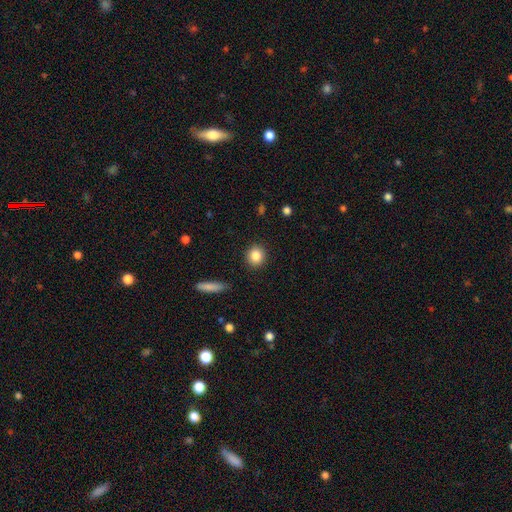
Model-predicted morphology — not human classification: type=smooth (86%); roundness=round (81%); merging=none (90%).